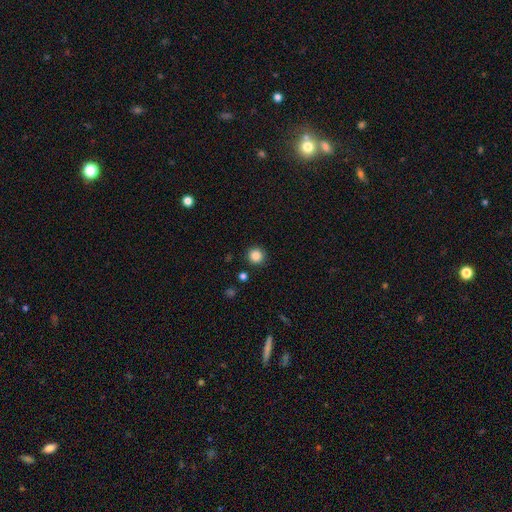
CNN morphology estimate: smooth-or-featured: smooth: 86% | star or artifact: 11% | featured or disk: 4%
  how-rounded: round: 95% | in between: 4% | cigar-shaped: 1%
  merging: none: 91% | minor disturbance: 5% | major disturbance: 2% | merger: 2%